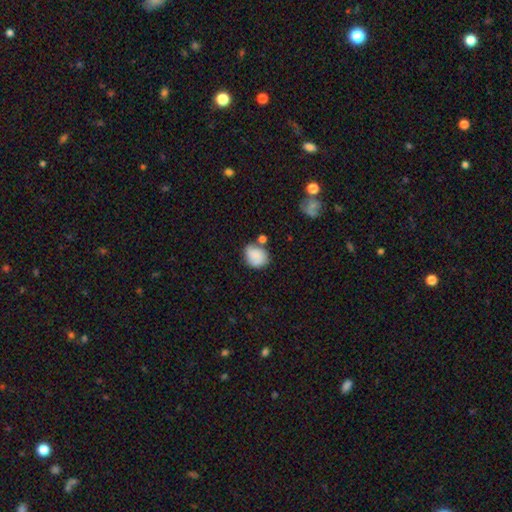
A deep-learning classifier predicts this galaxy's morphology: Smooth or featured: smooth — 76% (featured or disk — 16%)
How rounded: round — 64% (in between — 35%)
Merging: none — 54% (minor disturbance — 24%)